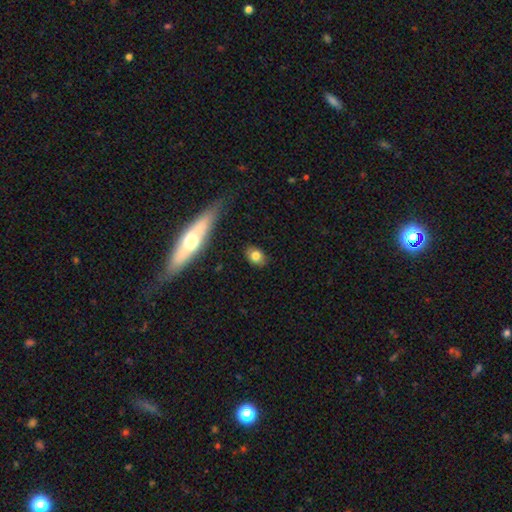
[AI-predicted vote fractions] smooth 78%, featured or disk 13%, star or artifact 9%. Down the decision tree: how rounded — in between (66%); merging — none (84%).